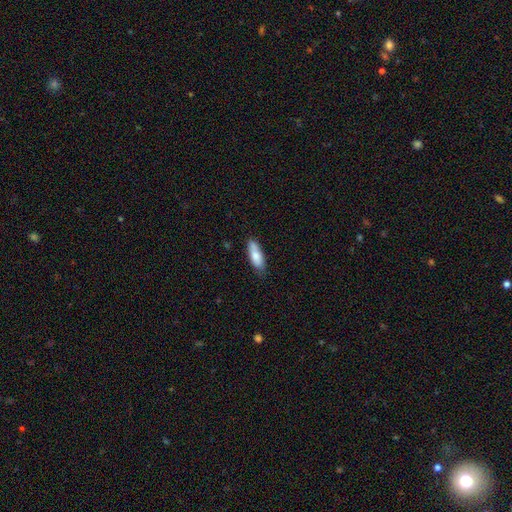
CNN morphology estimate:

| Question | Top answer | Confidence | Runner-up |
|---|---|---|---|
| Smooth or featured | smooth | 79% | featured or disk (15%) |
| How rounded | in between | 59% | cigar-shaped (39%) |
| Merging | none | 73% | minor disturbance (20%) |